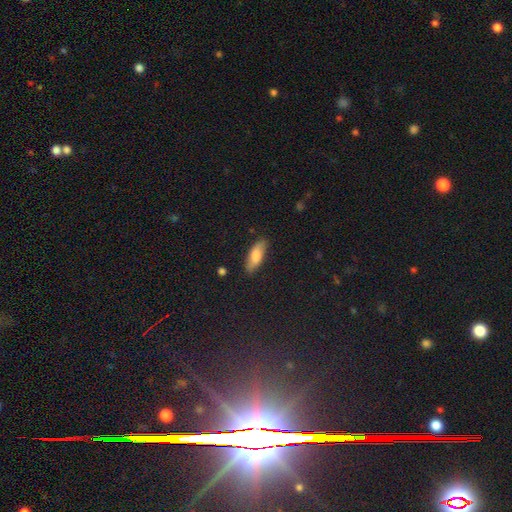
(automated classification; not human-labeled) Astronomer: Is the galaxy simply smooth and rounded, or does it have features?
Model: smooth — 76%.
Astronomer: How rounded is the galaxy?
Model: in between — 67%.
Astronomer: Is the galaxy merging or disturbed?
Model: none — 84%.